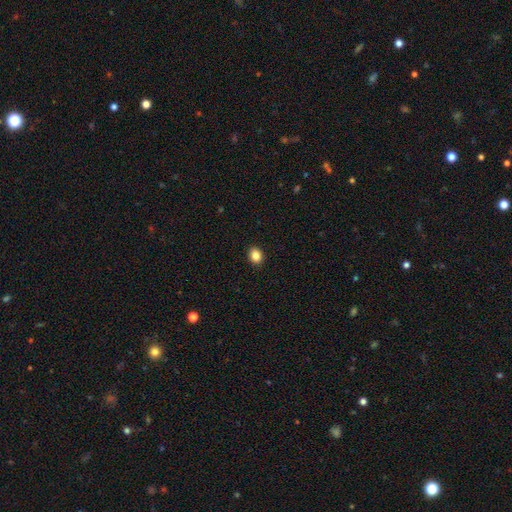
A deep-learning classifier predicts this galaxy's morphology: A smooth galaxy with no disk features (85%) that is in between round and cigar-shaped (51%).

Vote fractions:
- Smooth or featured? smooth: 85% / star or artifact: 10% / featured or disk: 5%
- How rounded? in between: 51% / round: 48% / cigar-shaped: 1%
- Merging? none: 91% / minor disturbance: 6% / major disturbance: 2% / merger: 1%